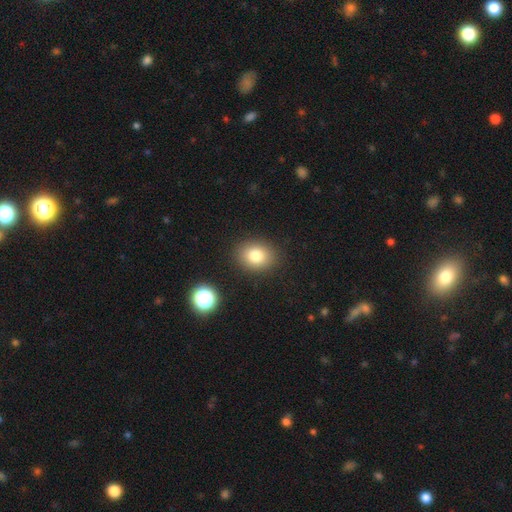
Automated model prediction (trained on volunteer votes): A smooth galaxy with no disk features (80%) that is round (52%). Merging: none (88%).